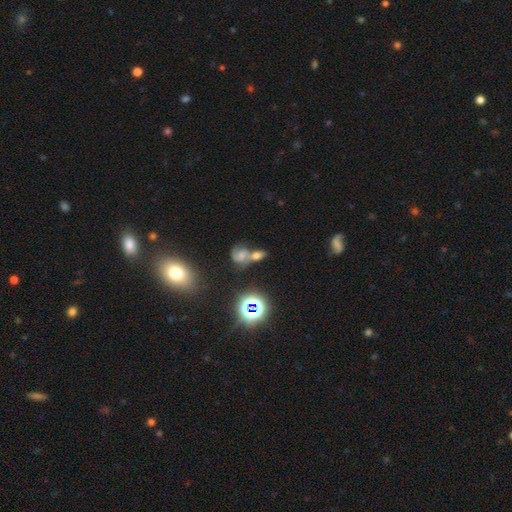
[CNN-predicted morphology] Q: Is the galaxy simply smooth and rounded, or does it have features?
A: smooth — 48%.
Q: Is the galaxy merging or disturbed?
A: merger — 58%.